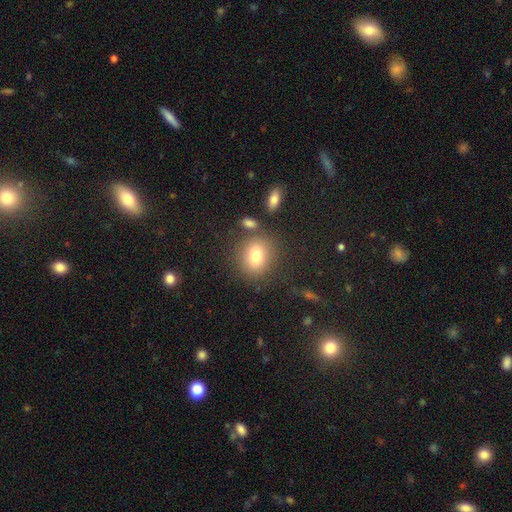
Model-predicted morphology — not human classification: This appears to be a smooth galaxy with no disk features (76%) that is round (62%). Merging: none (76%).